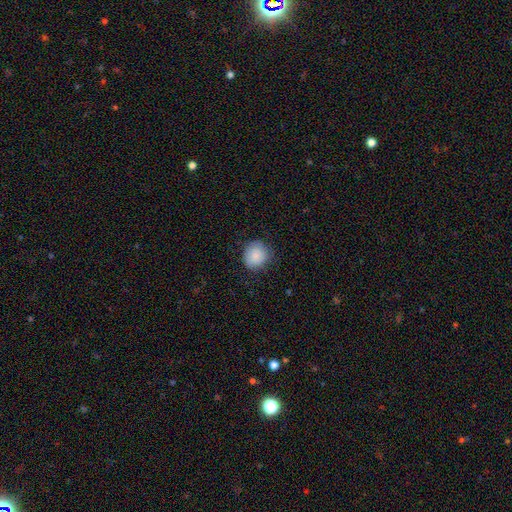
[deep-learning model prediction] A smooth galaxy with no disk features (84%) that is round (86%). Merging: none (77%).